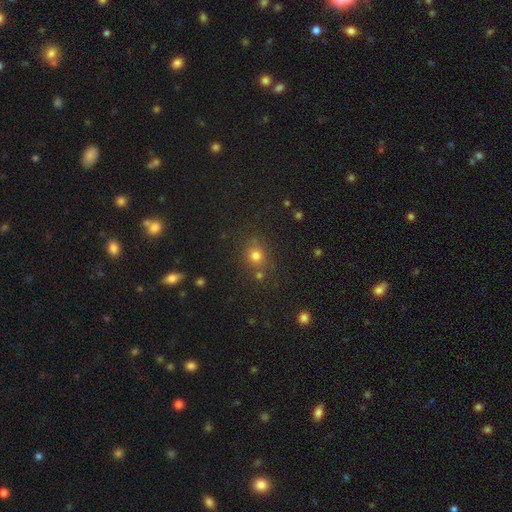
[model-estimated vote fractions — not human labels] Overall: smooth (74%). How rounded: round (83%). Merging: none (75%).